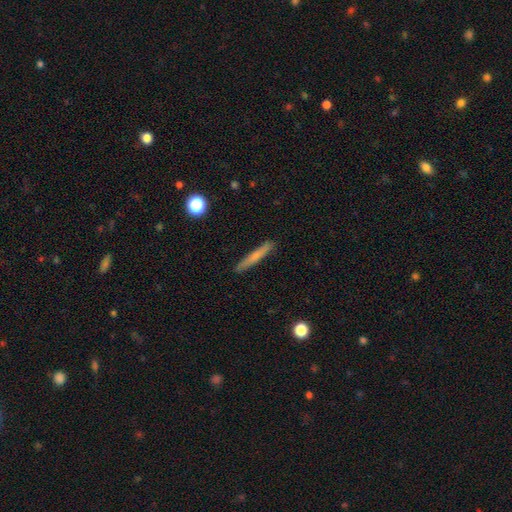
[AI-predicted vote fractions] Smooth or featured?
  - smooth: 61% *
  - featured or disk: 32%
  - star or artifact: 7%
How rounded?
  - cigar-shaped: 95% *
  - in between: 3%
  - round: 2%
Merging?
  - none: 90% *
  - minor disturbance: 8%
  - major disturbance: 2%
  - merger: 1%